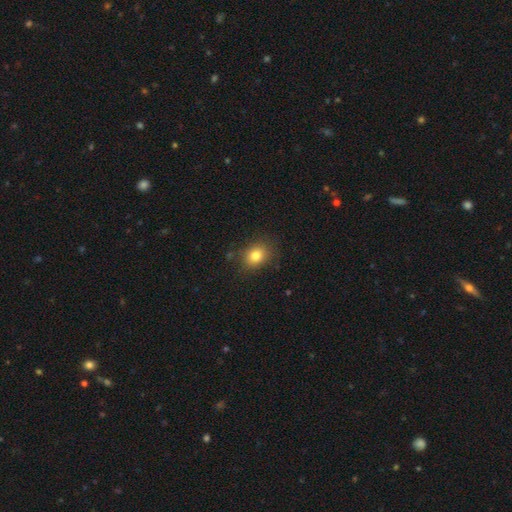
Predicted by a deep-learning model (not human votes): This is clearly a smooth galaxy (81%). How rounded: possibly round (53%). Merging: clearly none (83%).